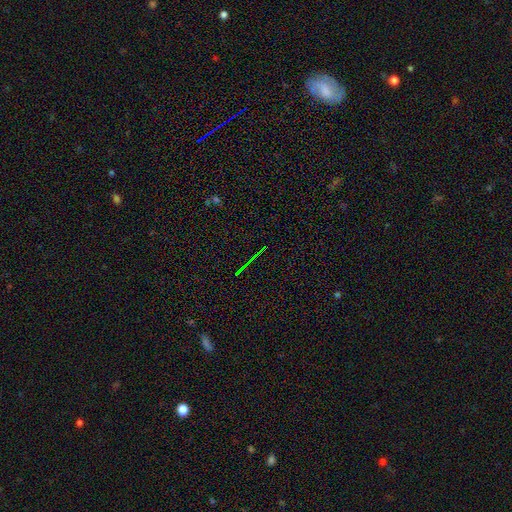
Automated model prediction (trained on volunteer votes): Smooth or featured? Predicted: star or artifact (p=0.76).